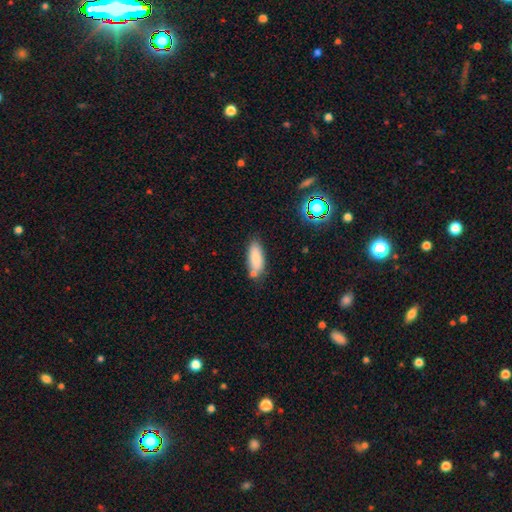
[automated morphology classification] A smooth galaxy with no disk features (81%) that is in between round and cigar-shaped (66%). Merging: none (70%).